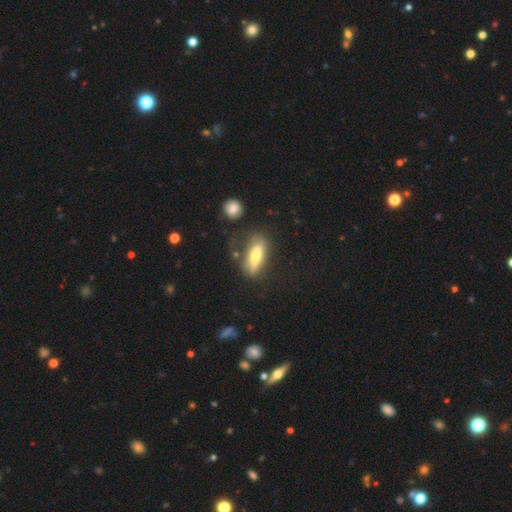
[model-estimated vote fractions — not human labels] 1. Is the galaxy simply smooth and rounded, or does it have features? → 64% smooth, 29% featured or disk, 7% star or artifact.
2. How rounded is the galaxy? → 54% in between, 43% cigar-shaped, 3% round.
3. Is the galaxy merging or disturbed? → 56% none, 25% minor disturbance, 13% major disturbance, 6% merger.